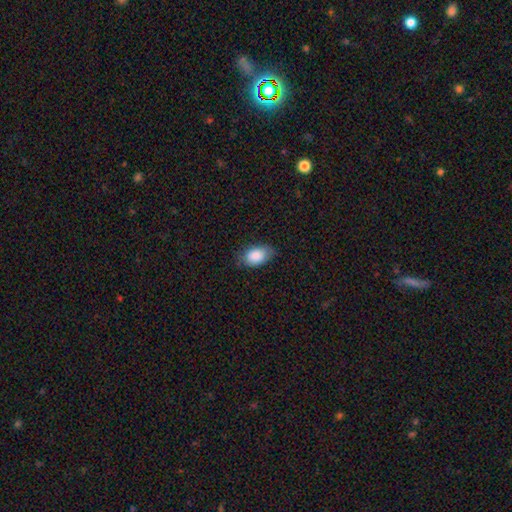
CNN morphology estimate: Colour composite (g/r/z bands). It shows a smooth galaxy with no disk features (86%) that is in between round and cigar-shaped (91%). Merging: none (72%).